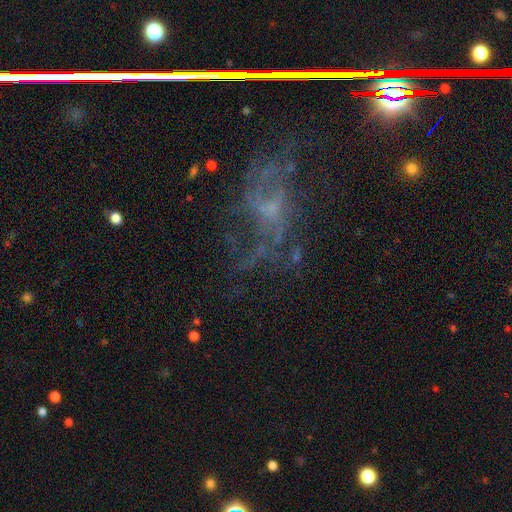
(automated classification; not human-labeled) smooth_or_featured: featured or disk (p=0.59) [alt: star or artifact p=0.26]
disk_edge_on: no (p=0.93) [alt: yes p=0.07]
bar: no (p=0.65) [alt: weak p=0.28]
has_spiral_arms: yes (p=0.58) [alt: no p=0.42]
bulge_size: small (p=0.46) [alt: none p=0.33]
merging: none (p=0.49) [alt: major disturbance p=0.29]